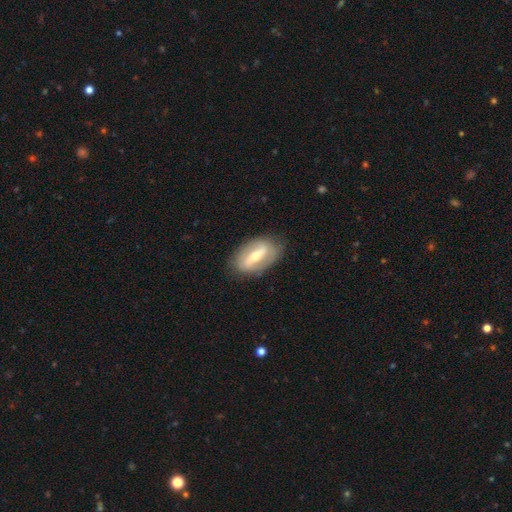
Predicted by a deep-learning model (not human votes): smooth_or_featured: featured or disk (p=0.66) [alt: smooth p=0.29]
disk_edge_on: no (p=0.85) [alt: yes p=0.15]
bar: strong (p=0.66) [alt: weak p=0.23]
has_spiral_arms: no (p=0.52) [alt: yes p=0.48]
bulge_size: moderate (p=0.49) [alt: small p=0.45]
merging: none (p=0.80) [alt: minor disturbance p=0.14]